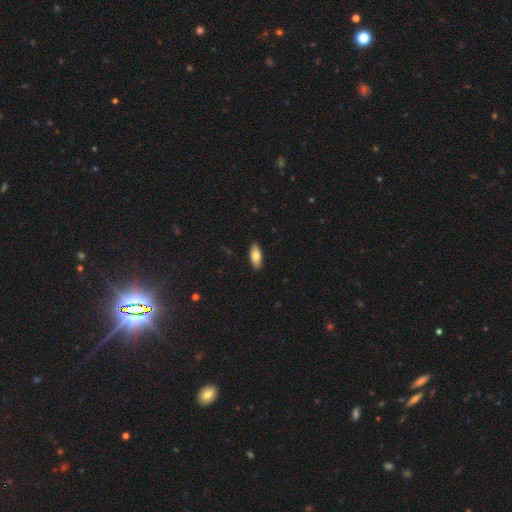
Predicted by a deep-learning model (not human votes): A smooth galaxy with no disk features (79%) that is in between round and cigar-shaped (82%).

Vote fractions:
- Smooth or featured? smooth: 79% / featured or disk: 15% / star or artifact: 6%
- How rounded? in between: 82% / cigar-shaped: 16% / round: 2%
- Merging? none: 89% / minor disturbance: 9% / major disturbance: 2% / merger: 1%